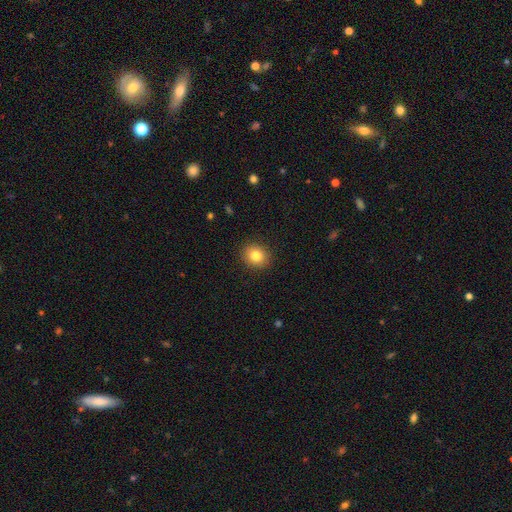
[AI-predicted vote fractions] Overall: smooth (82%). How rounded: round (74%). Merging: none (90%).